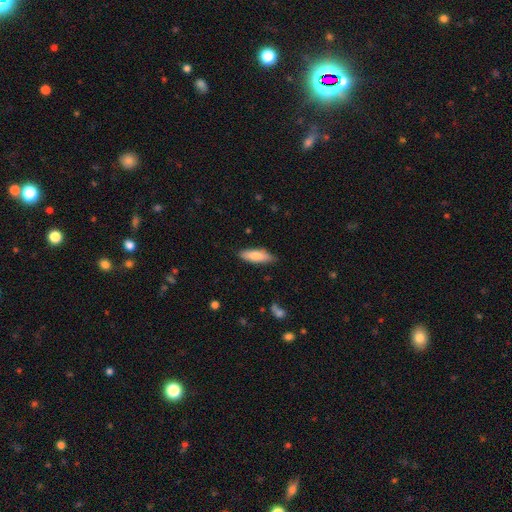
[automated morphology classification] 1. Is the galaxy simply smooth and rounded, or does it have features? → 80% smooth, 14% featured or disk, 6% star or artifact.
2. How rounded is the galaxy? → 49% cigar-shaped (tied), 49% in between (tied), 2% round.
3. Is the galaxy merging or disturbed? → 83% none, 14% minor disturbance, 2% major disturbance, 1% merger.